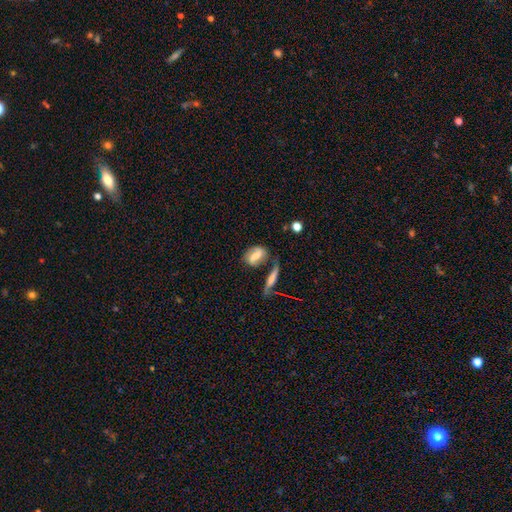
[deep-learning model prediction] A smooth galaxy with no disk features (54%) that is in between round and cigar-shaped (72%).

Vote fractions:
- Smooth or featured? smooth: 54% / featured or disk: 36% / star or artifact: 10%
- How rounded? in between: 72% / round: 16% / cigar-shaped: 12%
- Merging? none: 52% / minor disturbance: 20% / merger: 17% / major disturbance: 11%